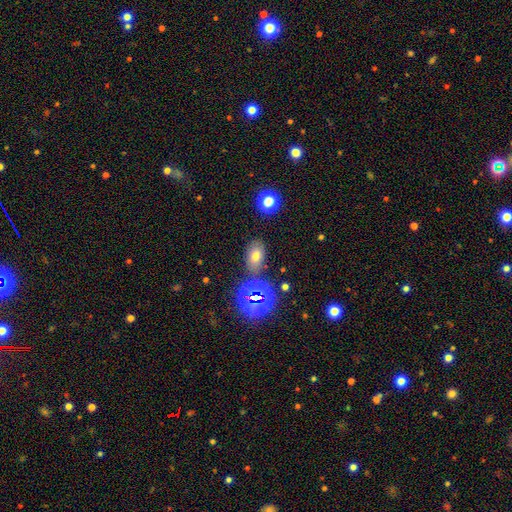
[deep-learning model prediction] A smooth galaxy with no disk features (64%) that is in between round and cigar-shaped (84%). Merging: none (76%).